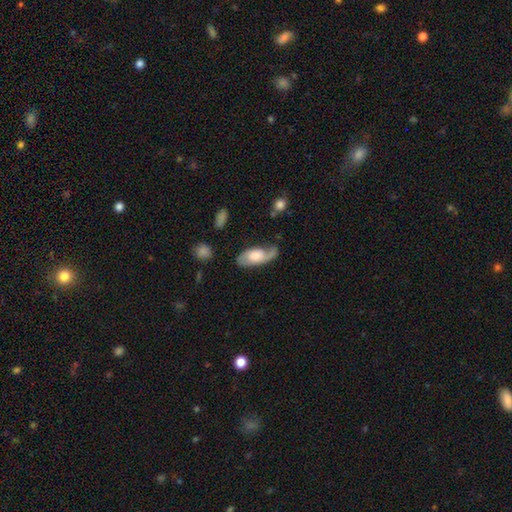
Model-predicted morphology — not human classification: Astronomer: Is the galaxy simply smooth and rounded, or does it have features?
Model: featured or disk — 59% (runner-up: smooth, 36%).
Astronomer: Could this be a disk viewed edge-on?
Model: no — 88%.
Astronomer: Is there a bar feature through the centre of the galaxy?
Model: no — 66%.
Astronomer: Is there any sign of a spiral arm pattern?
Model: yes — 86%.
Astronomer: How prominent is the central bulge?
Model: large — 43% (runner-up: moderate, 32%).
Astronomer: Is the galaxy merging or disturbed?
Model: none — 54%.